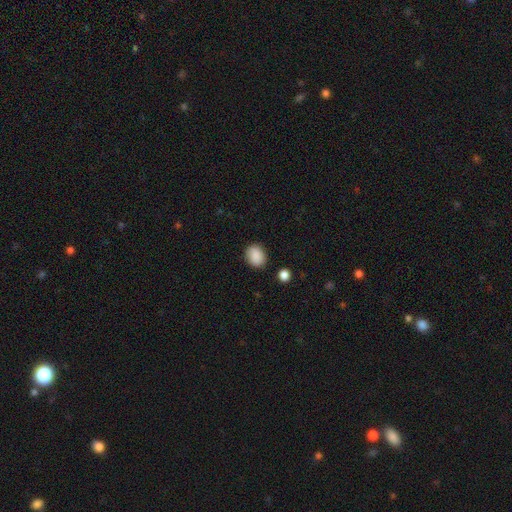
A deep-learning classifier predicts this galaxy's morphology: This is clearly a smooth galaxy (88%). How rounded: possibly in between (52%). Merging: clearly none (84%).